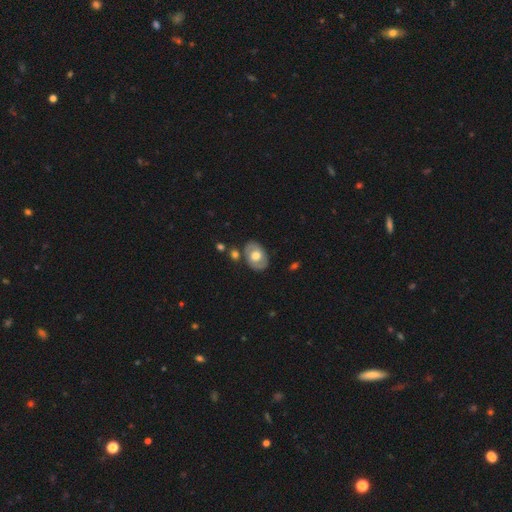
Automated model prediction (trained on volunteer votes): This appears to be a featured or disk galaxy (47%, tied with smooth). Merging: none (76%).